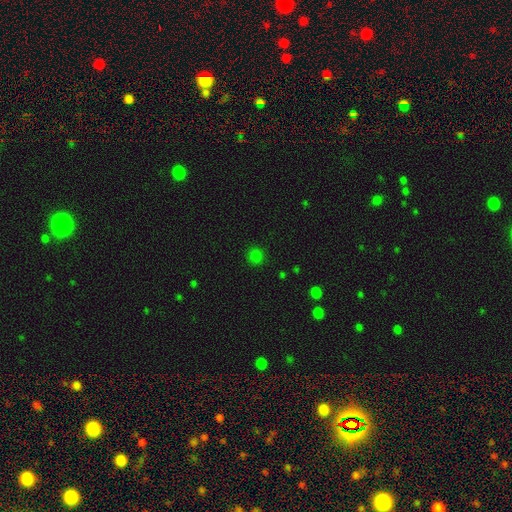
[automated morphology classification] Smooth or featured? smooth (78%)
How rounded? round (90%)
Merging? none (89%)